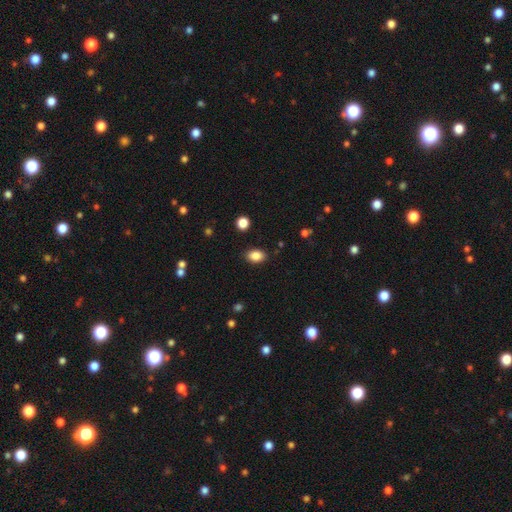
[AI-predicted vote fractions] The model was most divided on "how rounded": in between: 83%, round: 16%, cigar-shaped: 1%. More confident: smooth or featured — smooth (87%); merging — none (87%).